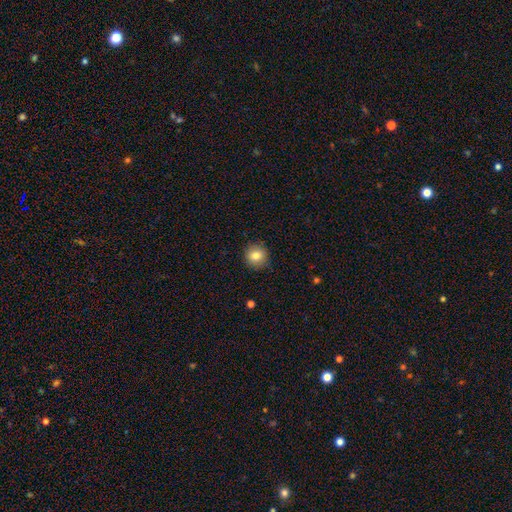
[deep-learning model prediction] This appears to be a smooth galaxy with no disk features (82%) that is round (93%). Merging: none (89%).